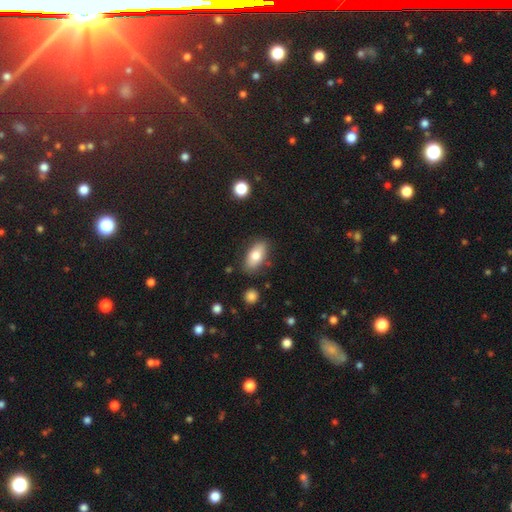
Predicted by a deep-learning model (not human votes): A smooth galaxy with no disk features (76%) that is in between round and cigar-shaped (88%).

Vote fractions:
- Smooth or featured? smooth: 76% / featured or disk: 17% / star or artifact: 7%
- How rounded? in between: 88% / cigar-shaped: 7% / round: 4%
- Merging? none: 81% / minor disturbance: 13% / major disturbance: 3% / merger: 3%